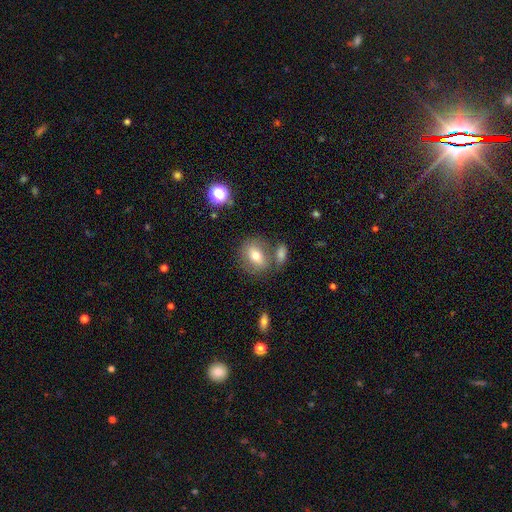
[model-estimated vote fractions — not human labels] Smooth or featured? Predicted: smooth (p=0.66). How rounded? Predicted: in between (p=0.59). Merging? Predicted: none (p=0.59).